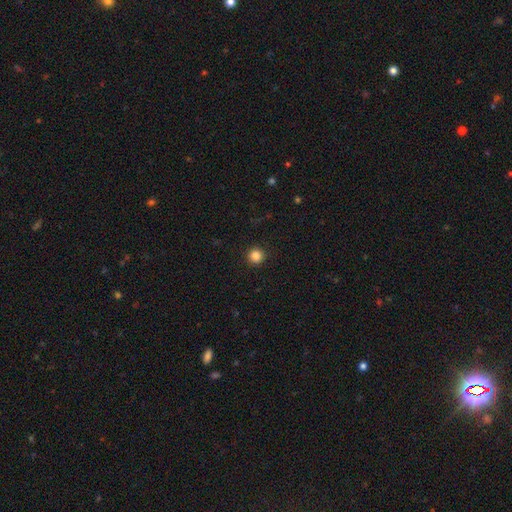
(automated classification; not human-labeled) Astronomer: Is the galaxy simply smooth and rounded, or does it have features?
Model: smooth — 85%.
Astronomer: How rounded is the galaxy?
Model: round — 95%.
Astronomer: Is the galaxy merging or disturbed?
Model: none — 92%.